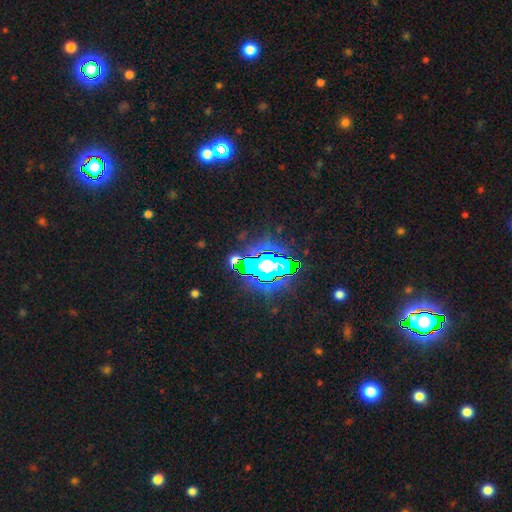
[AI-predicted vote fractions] Q: Smooth or featured?
A: star or artifact (67%); runner-up: featured or disk (17%)